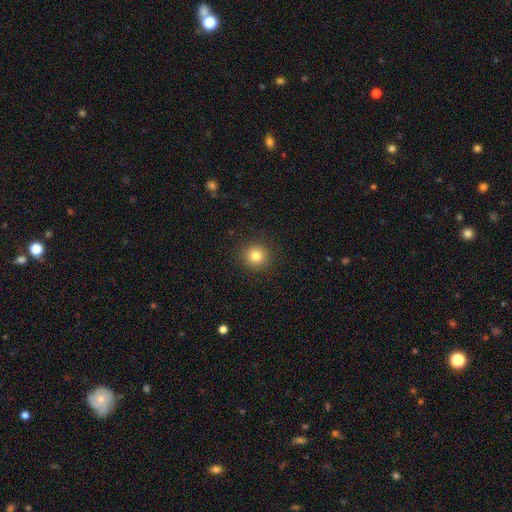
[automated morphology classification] The model was most divided on "smooth or featured": smooth: 81%, star or artifact: 12%, featured or disk: 6%. More confident: how rounded — round (93%); merging — none (91%).